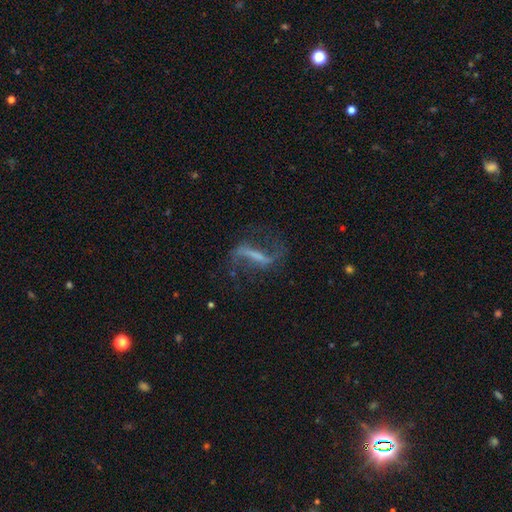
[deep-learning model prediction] smooth_or_featured: featured or disk (p=0.79) [alt: smooth p=0.11]
disk_edge_on: no (p=0.87) [alt: yes p=0.13]
bar: strong (p=0.69) [alt: weak p=0.21]
has_spiral_arms: yes (p=0.88) [alt: no p=0.12]
spiral_winding: loose (p=0.76) [alt: medium p=0.19]
spiral_arm_count: 2 (p=0.89) [alt: 1 p=0.04]
bulge_size: none (p=0.55) [alt: small p=0.27]
merging: none (p=0.66) [alt: major disturbance p=0.17]